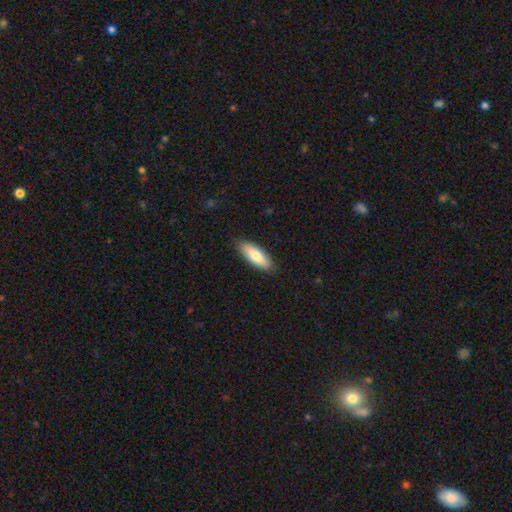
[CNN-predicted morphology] Smooth or featured?
  - smooth: 79% *
  - featured or disk: 16%
  - star or artifact: 6%
How rounded?
  - in between: 67% *
  - cigar-shaped: 31%
  - round: 2%
Merging?
  - none: 87% *
  - minor disturbance: 10%
  - major disturbance: 2%
  - merger: 1%